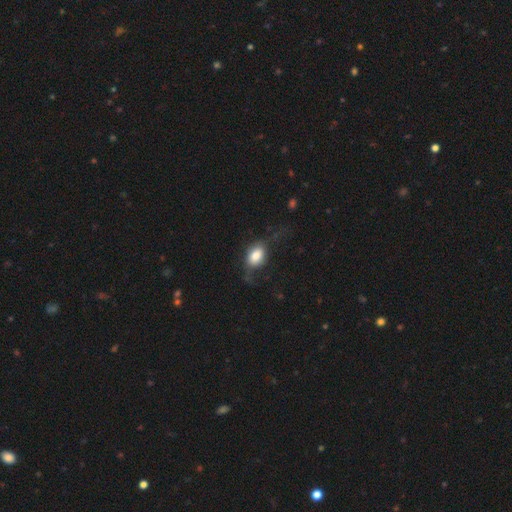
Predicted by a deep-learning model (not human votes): This is likely a smooth galaxy (73%). How rounded: likely in between (79%). Merging: marginally none (40%).